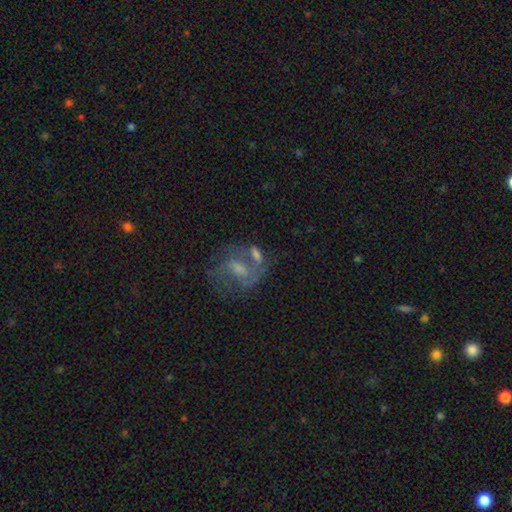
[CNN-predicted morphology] The model was most divided on "bulge size": moderate: 39%, small: 33%, none: 18%, large: 8%, dominant: 2%. Remaining: edge-on disk — no (95%); spiral arms — yes (62%); smooth or featured — featured or disk (58%); bar — weak (46%); merging — none (40%).